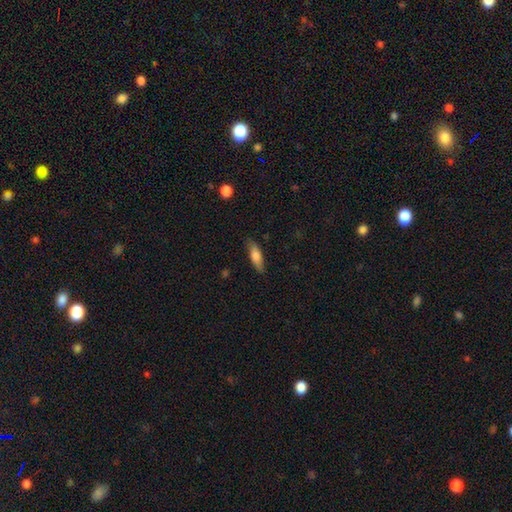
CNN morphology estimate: Overall: smooth (71%). How rounded: in between (49%, tied with cigar-shaped). Merging: none (81%).